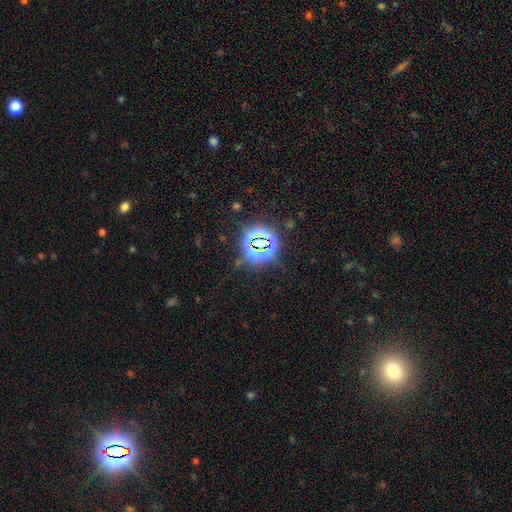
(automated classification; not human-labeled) A star or artifact, not a galaxy (80%).

Vote fractions:
- Smooth or featured? star or artifact: 80% / smooth: 11% / featured or disk: 8%